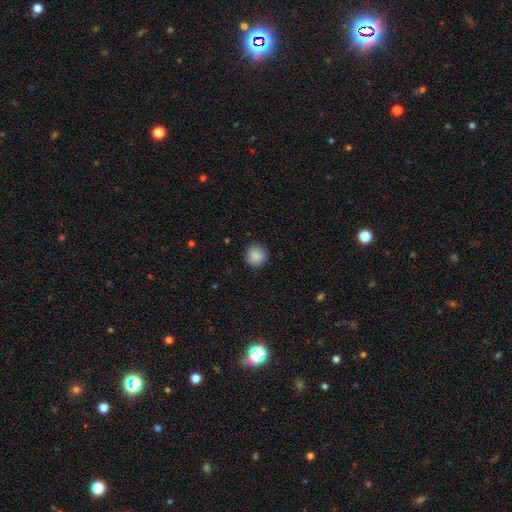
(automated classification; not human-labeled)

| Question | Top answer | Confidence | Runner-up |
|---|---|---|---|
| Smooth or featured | smooth | 88% | star or artifact (8%) |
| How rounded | round | 94% | in between (5%) |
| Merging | none | 89% | minor disturbance (8%) |